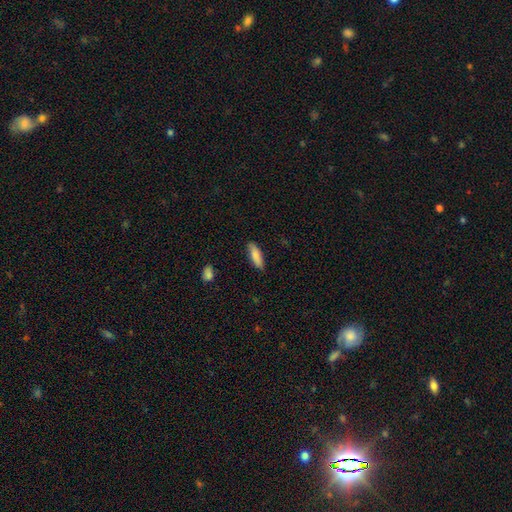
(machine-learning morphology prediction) type=smooth (85%); roundness=cigar-shaped (52%); merging=none (85%).